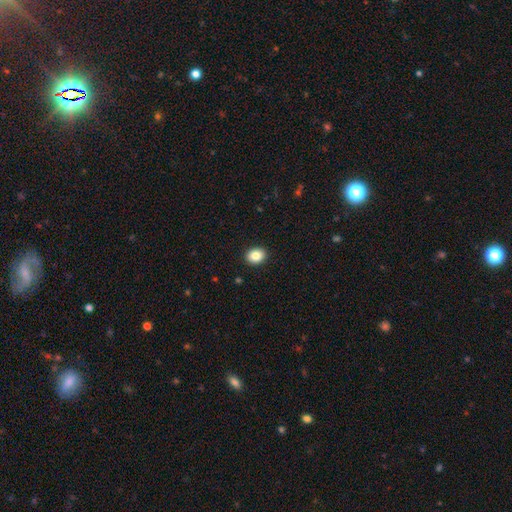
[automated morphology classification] Smooth or featured? Predicted: smooth (p=0.85). How rounded? Predicted: in between (p=0.51). Merging? Predicted: none (p=0.92).